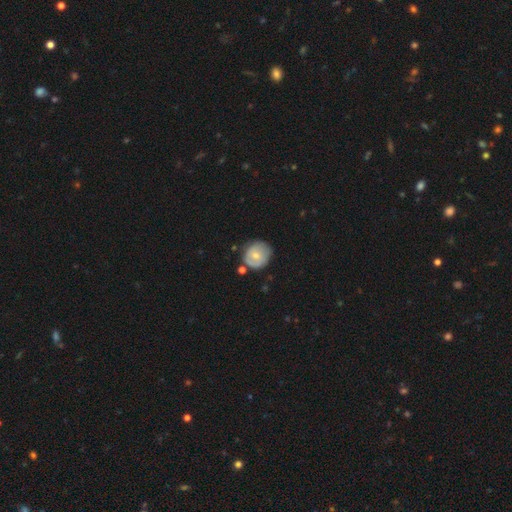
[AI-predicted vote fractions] A smooth galaxy with no disk features (59%) that is round (81%). Merging: none (67%).